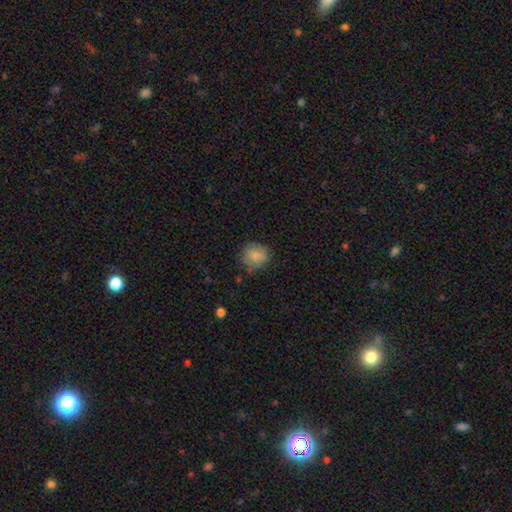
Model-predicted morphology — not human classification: This is clearly a smooth galaxy (80%). How rounded: clearly round (82%). Merging: likely none (68%).